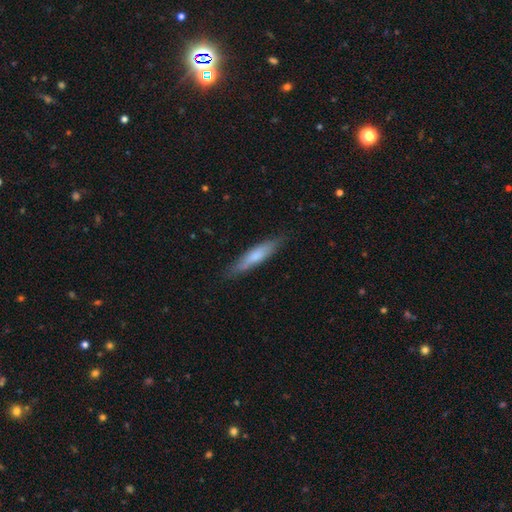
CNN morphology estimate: Smooth or featured?
  - smooth: 66% *
  - featured or disk: 29%
  - star or artifact: 6%
How rounded?
  - cigar-shaped: 85% *
  - in between: 14%
  - round: 1%
Merging?
  - none: 85% *
  - minor disturbance: 12%
  - major disturbance: 2%
  - merger: 1%